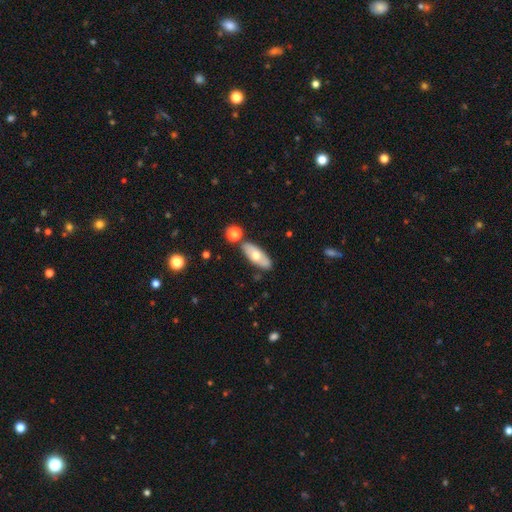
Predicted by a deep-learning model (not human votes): Smooth or featured? Predicted: smooth (p=0.58). How rounded? Predicted: in between (p=0.76). Merging? Predicted: none (p=0.77).